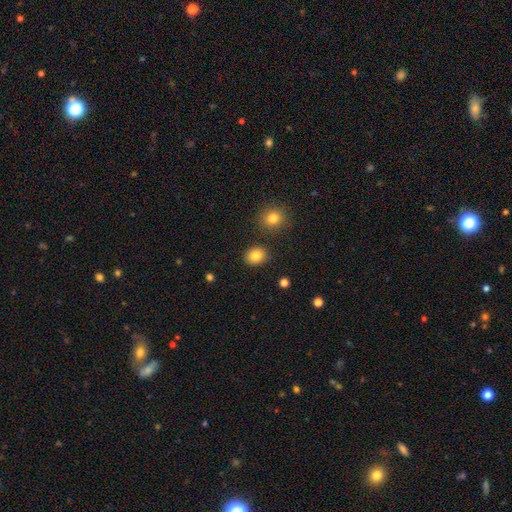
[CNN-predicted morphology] type=smooth (85%); roundness=round (54%); merging=none (87%).